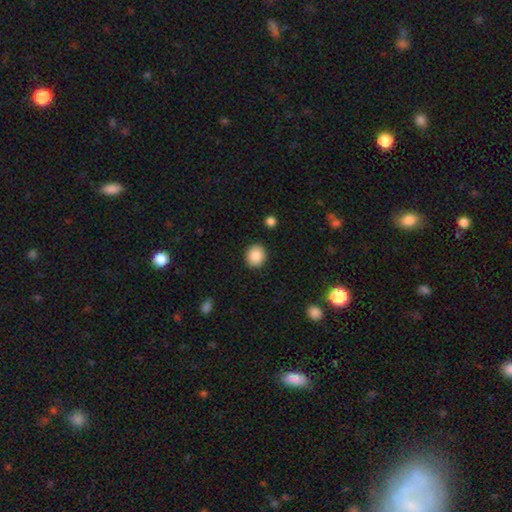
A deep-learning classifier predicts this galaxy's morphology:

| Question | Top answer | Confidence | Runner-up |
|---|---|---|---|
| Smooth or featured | smooth | 88% | star or artifact (8%) |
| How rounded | round | 78% | in between (21%) |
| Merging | none | 90% | minor disturbance (6%) |